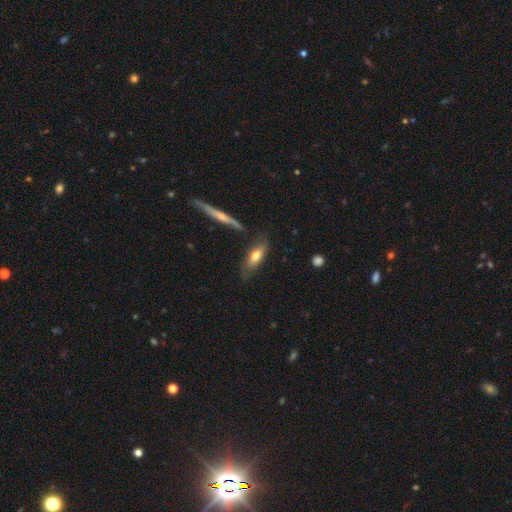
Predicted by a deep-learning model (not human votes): A smooth galaxy with no disk features (65%) that is in between round and cigar-shaped (64%).

Vote fractions:
- Smooth or featured? smooth: 65% / featured or disk: 29% / star or artifact: 6%
- How rounded? in between: 64% / cigar-shaped: 33% / round: 3%
- Merging? none: 67% / minor disturbance: 21% / merger: 6% / major disturbance: 6%